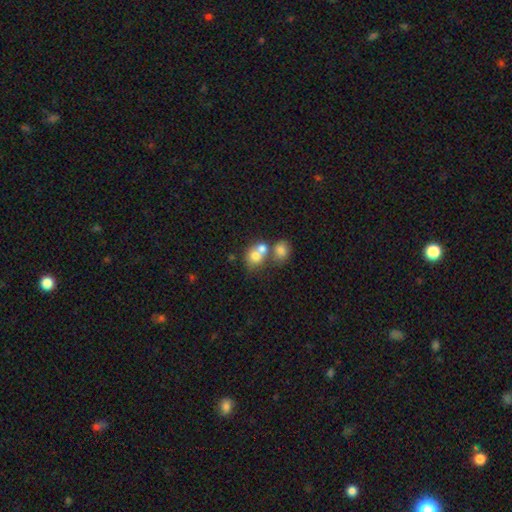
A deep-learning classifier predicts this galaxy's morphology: Smooth or featured? Predicted: smooth (p=0.70). How rounded? Predicted: round (p=0.66). Merging? Predicted: merger (p=0.61).